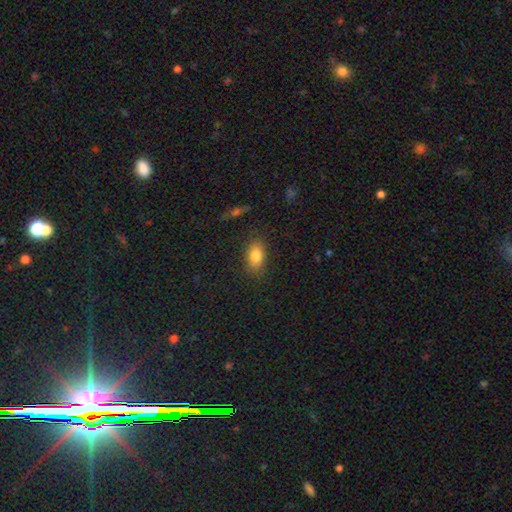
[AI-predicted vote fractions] Smooth or featured? smooth (82%)
How rounded? in between (86%)
Merging? none (85%)